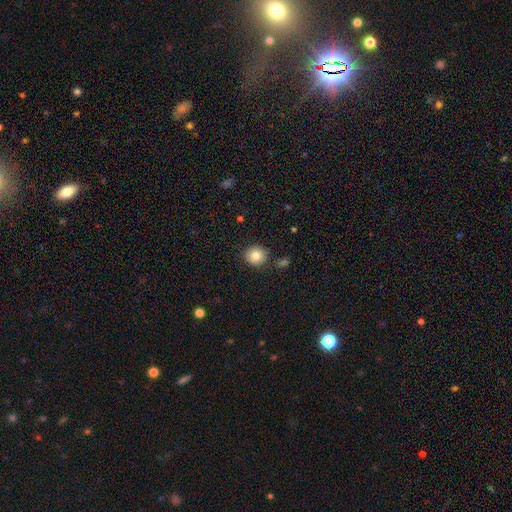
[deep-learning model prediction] Overall: smooth (83%). How rounded: round (88%). Merging: none (87%).